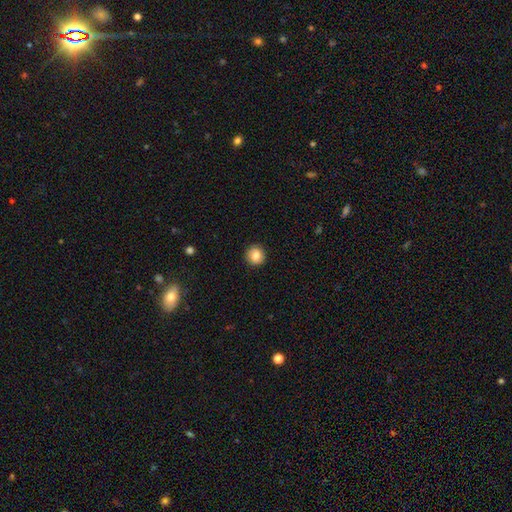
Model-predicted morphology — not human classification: A smooth galaxy with no disk features (82%) that is round (92%). Merging: none (90%).